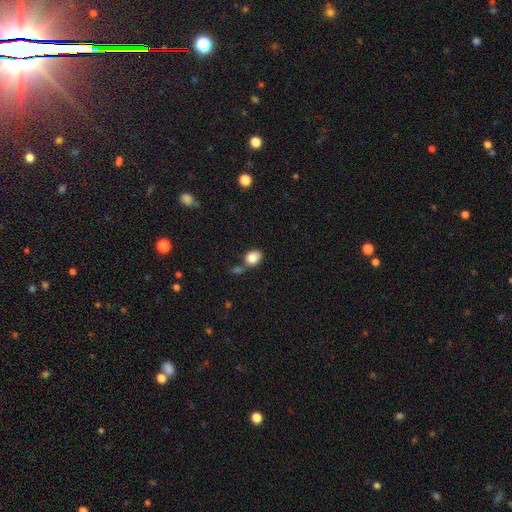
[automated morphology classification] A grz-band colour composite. It shows a smooth galaxy with no disk features (71%) that is round (59%). Merging: none (66%).